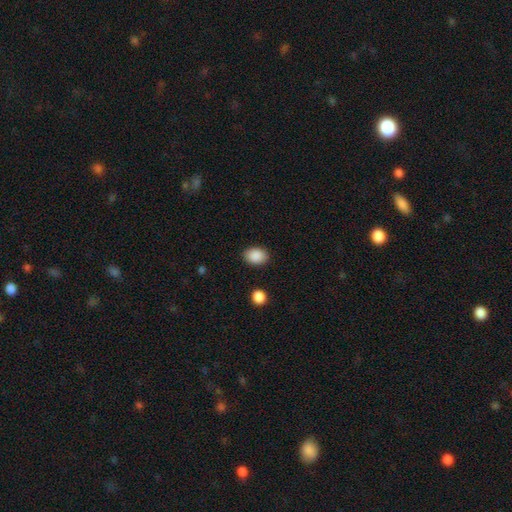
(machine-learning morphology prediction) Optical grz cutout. It shows a smooth galaxy with no disk features (89%) that is in between round and cigar-shaped (73%). Merging: none (87%).